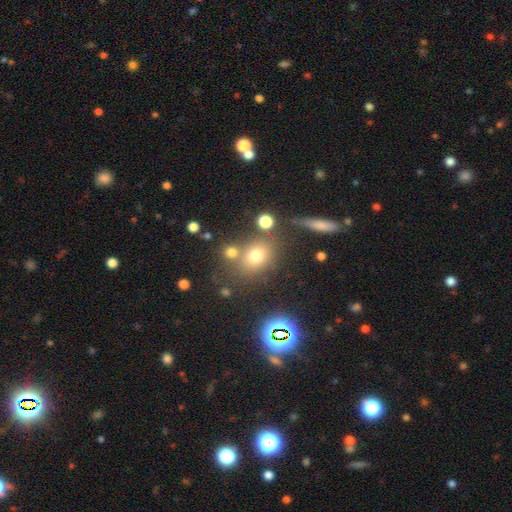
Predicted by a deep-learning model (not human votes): This appears to be a smooth galaxy with no disk features (69%) that is round (57%). Merging: none (65%).